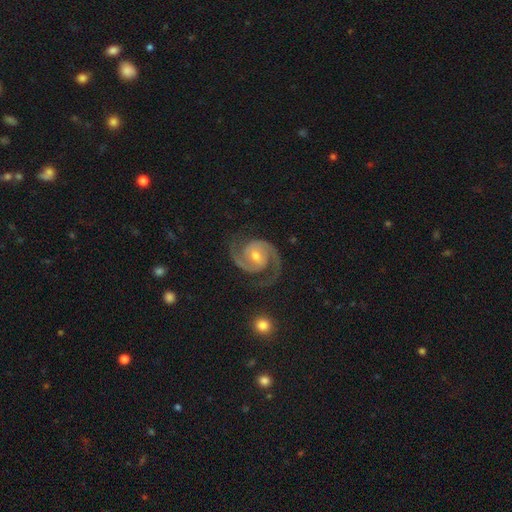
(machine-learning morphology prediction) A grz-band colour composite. It shows a featured or disk galaxy (93%) with no bar (46%), 2 (94%) medium (57%) spiral arms (99%) and a moderate central bulge (62%). Merging: none (82%).